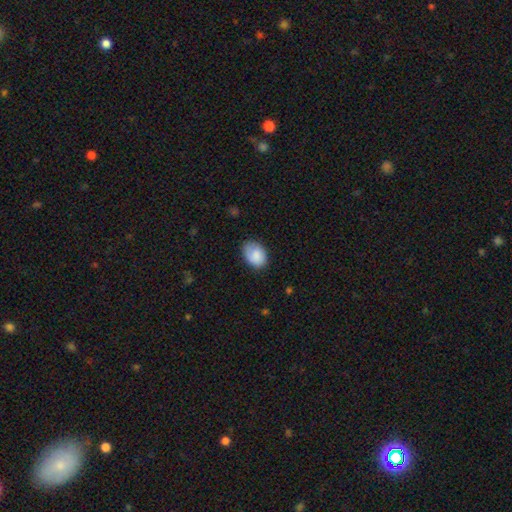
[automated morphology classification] smooth_or_featured: smooth (p=0.85) [alt: featured or disk p=0.09]
how_rounded: in between (p=0.75) [alt: round p=0.24]
merging: none (p=0.73) [alt: minor disturbance p=0.21]